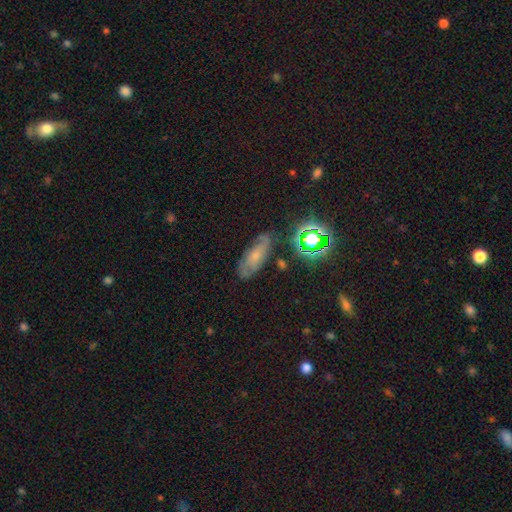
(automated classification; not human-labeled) smooth_or_featured: featured or disk (p=0.41) [alt: smooth p=0.38]
merging: none (p=0.67) [alt: minor disturbance p=0.23]